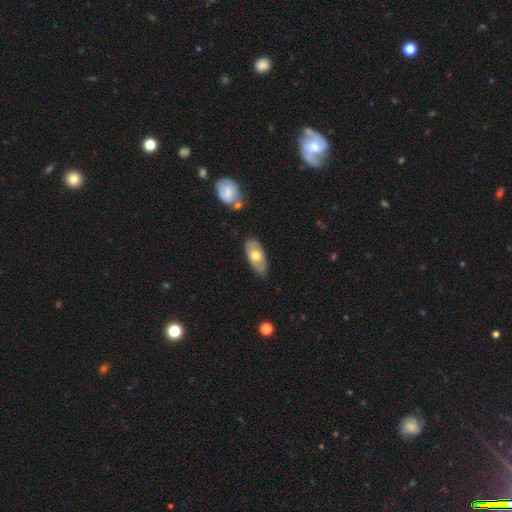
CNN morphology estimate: Overall: smooth (60%; featured or disk 34%). How rounded: in between (89%). Merging: none (81%).